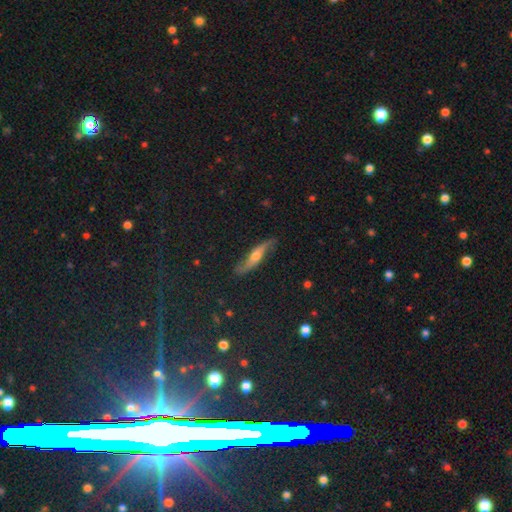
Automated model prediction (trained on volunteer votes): This appears to be a featured or disk galaxy (64%) viewed edge-on (57%). Merging: none (78%).